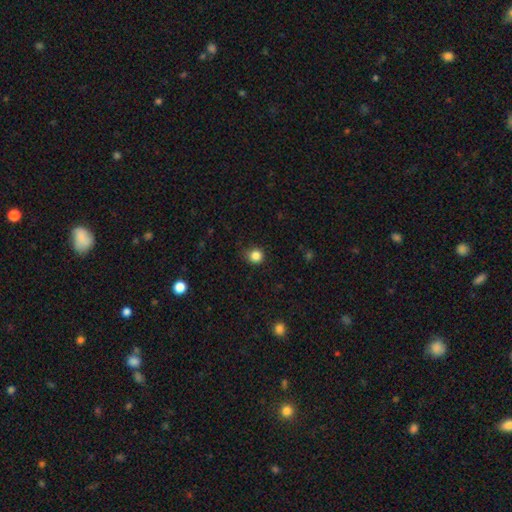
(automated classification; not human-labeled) smooth_or_featured: smooth (p=0.85) [alt: star or artifact p=0.12]
how_rounded: round (p=0.89) [alt: in between p=0.10]
merging: none (p=0.82) [alt: minor disturbance p=0.14]